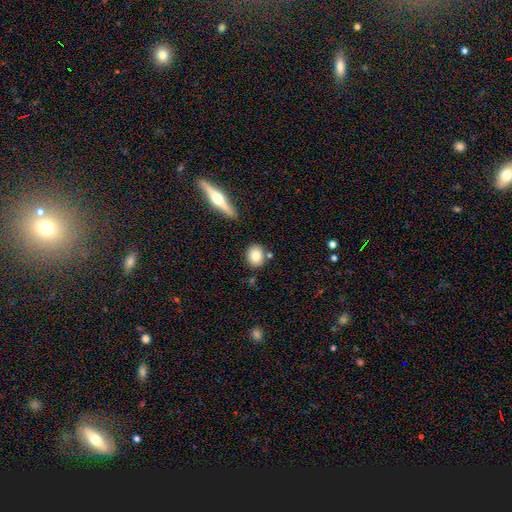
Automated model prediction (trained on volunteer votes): smooth_or_featured: smooth (p=0.82) [alt: featured or disk p=0.10]
how_rounded: round (p=0.65) [alt: in between p=0.33]
merging: none (p=0.80) [alt: minor disturbance p=0.10]